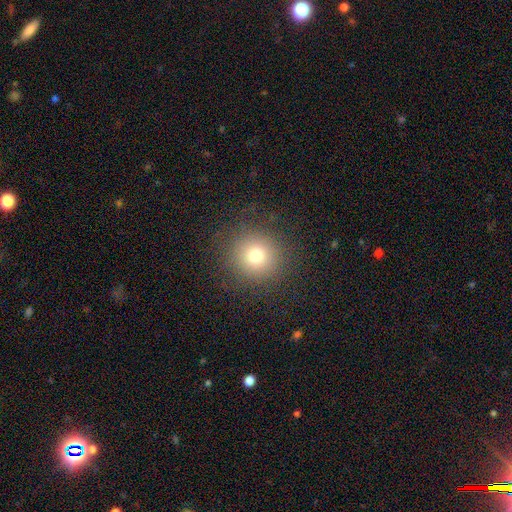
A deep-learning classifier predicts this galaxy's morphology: Smooth or featured? Predicted: smooth (p=0.75). How rounded? Predicted: round (p=0.93). Merging? Predicted: none (p=0.87).